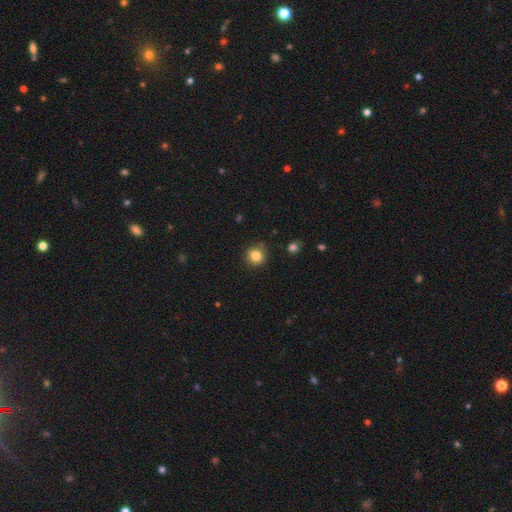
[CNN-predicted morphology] Smooth or featured: smooth — 83% (star or artifact — 11%)
How rounded: round — 89% (in between — 10%)
Merging: none — 84% (minor disturbance — 12%)